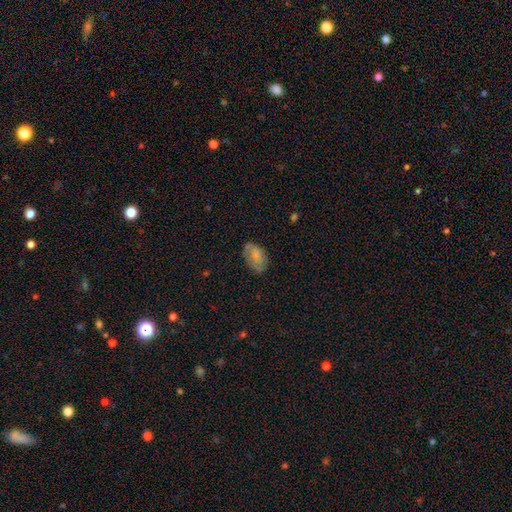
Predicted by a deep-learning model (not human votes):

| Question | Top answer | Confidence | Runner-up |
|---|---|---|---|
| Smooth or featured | smooth | 70% | featured or disk (22%) |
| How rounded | in between | 91% | round (7%) |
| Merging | none | 64% | minor disturbance (26%) |